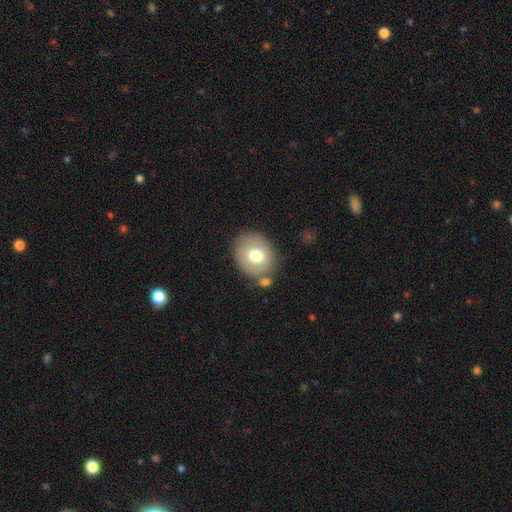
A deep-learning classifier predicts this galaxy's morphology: A smooth galaxy with no disk features (70%) that is round (57%).

Vote fractions:
- Smooth or featured? smooth: 70% / featured or disk: 22% / star or artifact: 8%
- How rounded? round: 57% / in between: 42% / cigar-shaped: 1%
- Merging? none: 72% / minor disturbance: 14% / merger: 9% / major disturbance: 5%